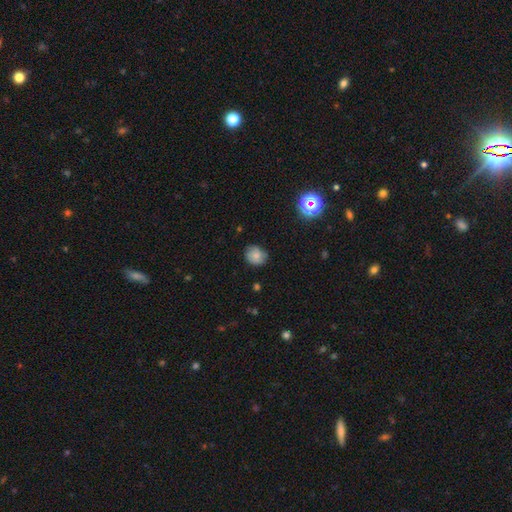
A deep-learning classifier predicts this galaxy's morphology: A smooth galaxy with no disk features (71%) that is round (65%). Merging: none (71%).